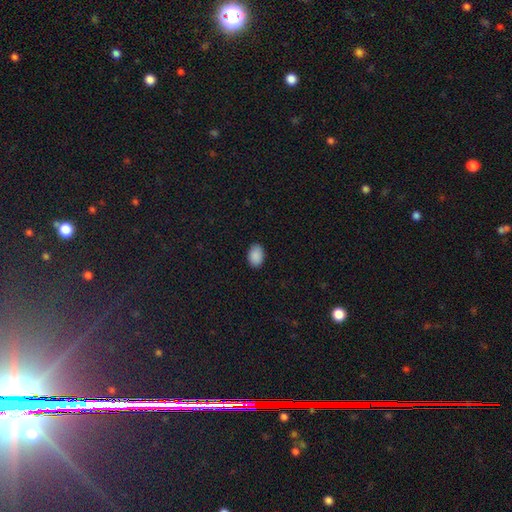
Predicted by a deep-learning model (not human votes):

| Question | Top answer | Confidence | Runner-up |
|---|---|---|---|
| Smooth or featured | smooth | 90% | star or artifact (8%) |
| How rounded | in between | 84% | round (15%) |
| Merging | none | 88% | minor disturbance (9%) |